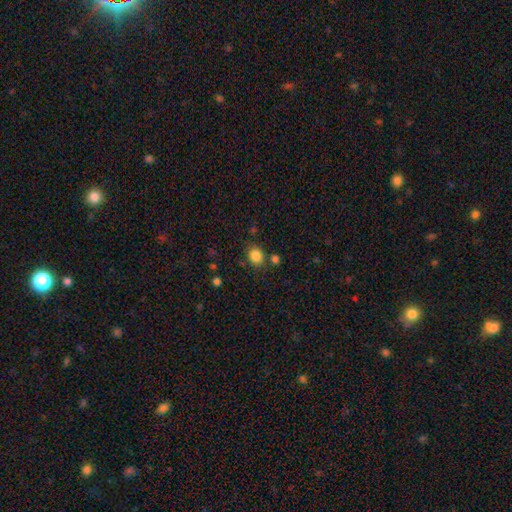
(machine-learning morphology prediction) A smooth galaxy with no disk features (85%) that is round (69%). Merging: none (77%).